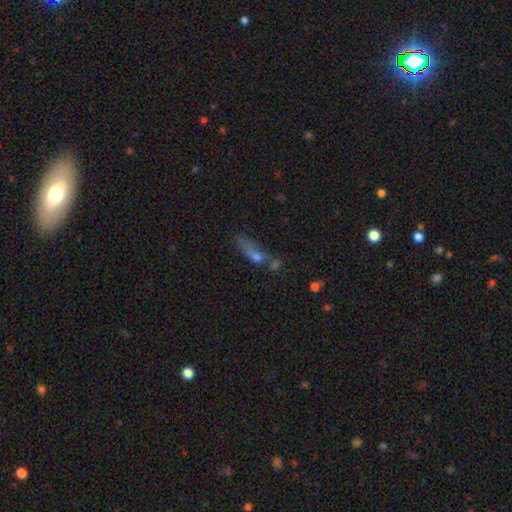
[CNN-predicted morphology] type=smooth (49%); merging=merger (32%).